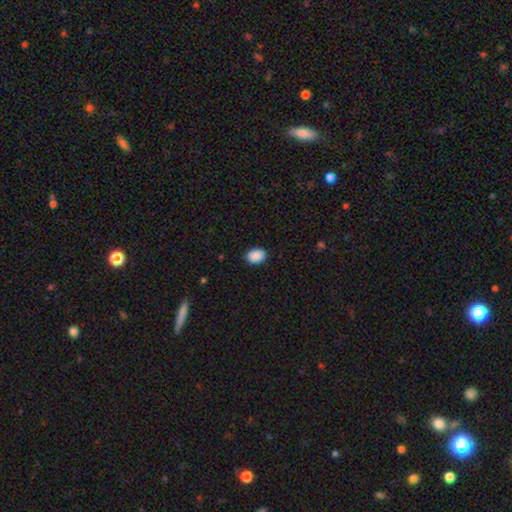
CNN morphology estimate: smooth 90%, star or artifact 8%, featured or disk 2%. Down the decision tree: how rounded — in between (74%); merging — none (89%).